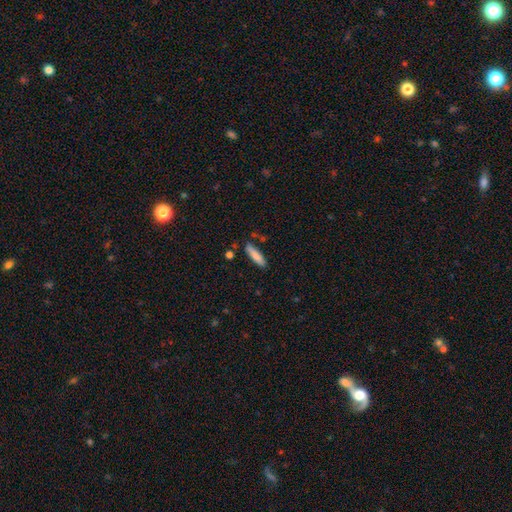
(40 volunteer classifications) smooth 85%, featured or disk 12%, star or artifact 2%. Down the decision tree: how rounded — cigar-shaped (65%); merging — none (87%).